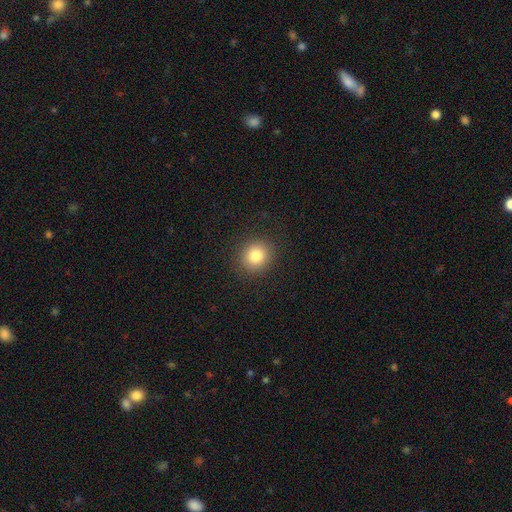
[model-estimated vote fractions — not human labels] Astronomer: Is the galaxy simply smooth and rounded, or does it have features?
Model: smooth — 83%.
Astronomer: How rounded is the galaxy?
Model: round — 87%.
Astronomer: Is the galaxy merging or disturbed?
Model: none — 90%.